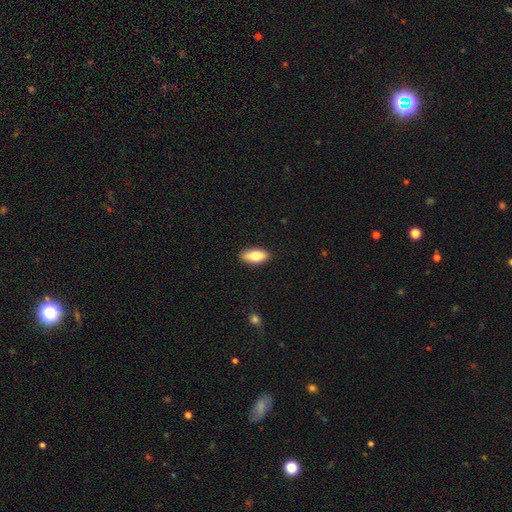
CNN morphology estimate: This is likely a smooth galaxy (74%). How rounded: clearly in between (83%). Merging: clearly none (89%).